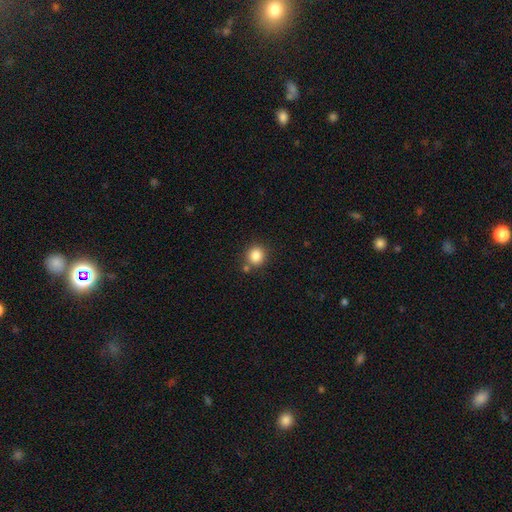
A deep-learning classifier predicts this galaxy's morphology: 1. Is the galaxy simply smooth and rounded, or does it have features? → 85% smooth, 10% star or artifact, 5% featured or disk.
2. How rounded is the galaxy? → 88% round, 11% in between, 1% cigar-shaped.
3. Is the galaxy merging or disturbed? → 77% none, 11% merger, 10% minor disturbance, 3% major disturbance.